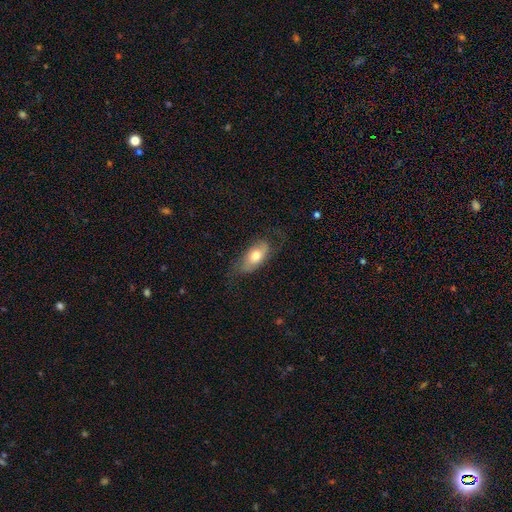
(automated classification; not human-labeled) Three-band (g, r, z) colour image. It shows a smooth galaxy with no disk features (63%) that is in between round and cigar-shaped (85%). Merging: none (66%).